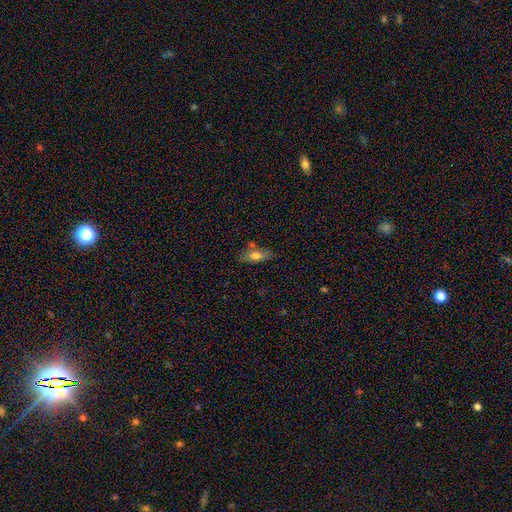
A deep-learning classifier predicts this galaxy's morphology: Smooth or featured: smooth — 71% (featured or disk — 20%)
How rounded: in between — 76% (cigar-shaped — 21%)
Merging: none — 64% (minor disturbance — 19%)